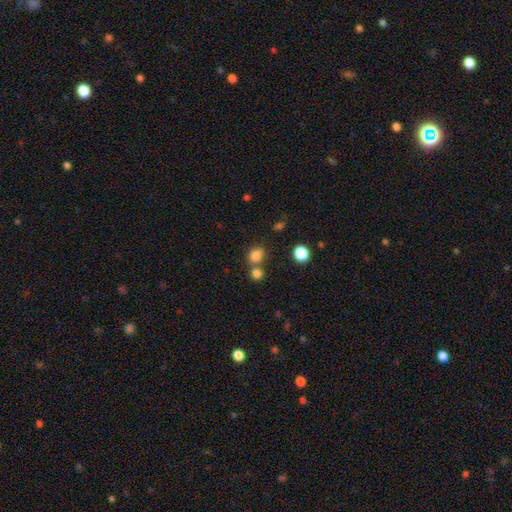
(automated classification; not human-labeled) Overall: smooth (81%). How rounded: round (61%; in between 38%). Merging: none (56%; merger 29%).